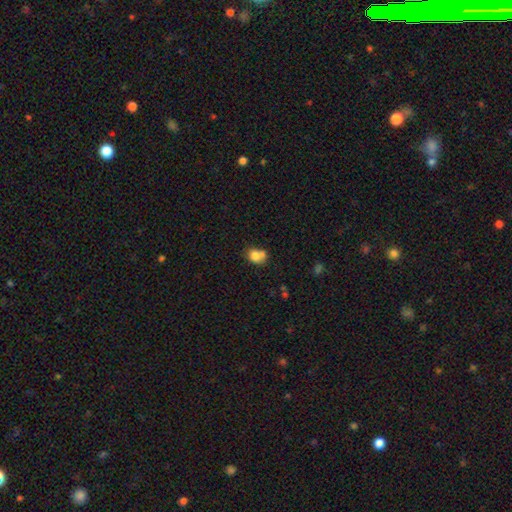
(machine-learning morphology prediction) This appears to be a smooth galaxy with no disk features (78%) that is round (59%). Merging: none (41%).